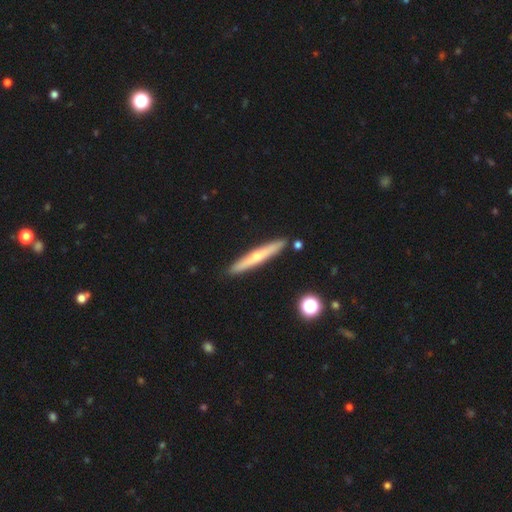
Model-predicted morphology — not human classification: The model was most divided on "smooth or featured" (2-way tie): featured or disk: 47%, smooth: 47%, star or artifact: 6%. More confident: merging — none (89%).